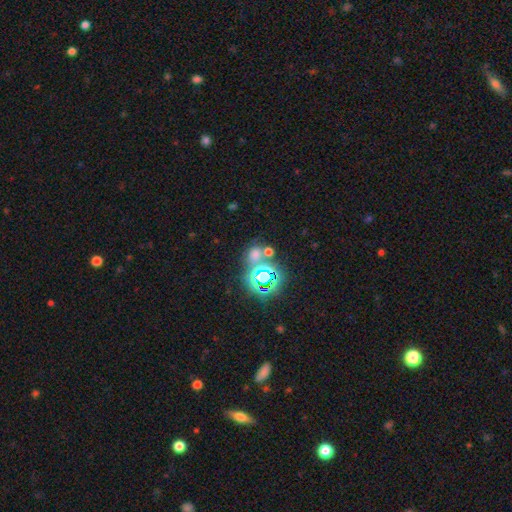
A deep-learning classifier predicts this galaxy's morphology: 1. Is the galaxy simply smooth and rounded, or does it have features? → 56% star or artifact, 35% smooth, 10% featured or disk.